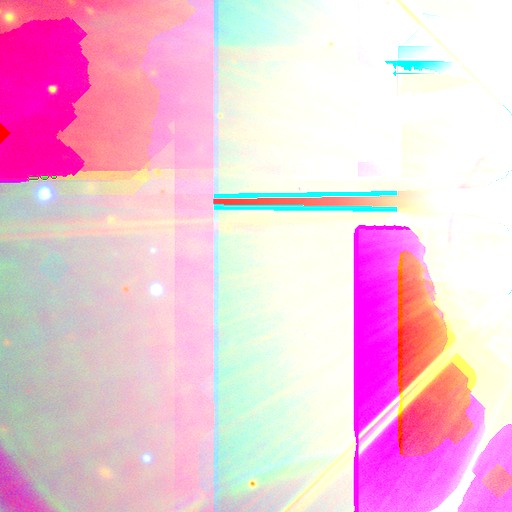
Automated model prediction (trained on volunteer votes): This appears to be a star or artifact, not a galaxy (81%).